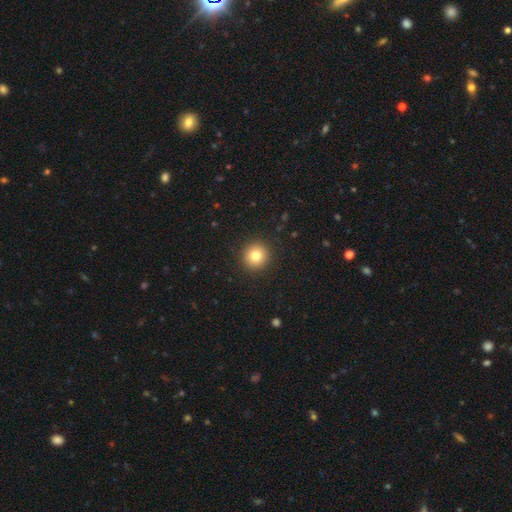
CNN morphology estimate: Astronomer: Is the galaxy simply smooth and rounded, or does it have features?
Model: smooth — 80%.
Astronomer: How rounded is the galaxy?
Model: round — 94%.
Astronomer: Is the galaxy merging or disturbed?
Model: none — 92%.